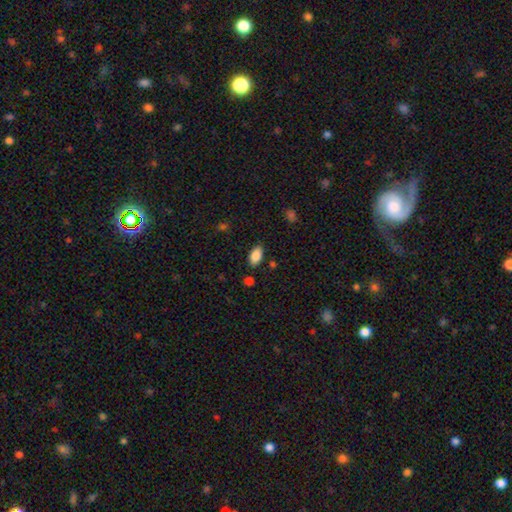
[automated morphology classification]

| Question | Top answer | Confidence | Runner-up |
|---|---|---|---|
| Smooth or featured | smooth | 87% | star or artifact (7%) |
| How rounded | in between | 94% | round (3%) |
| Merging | none | 83% | minor disturbance (12%) |